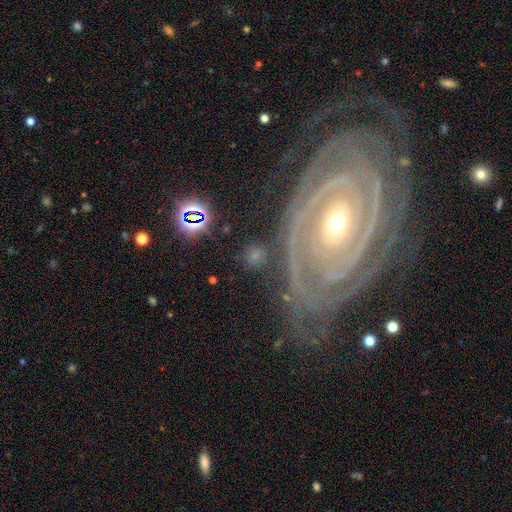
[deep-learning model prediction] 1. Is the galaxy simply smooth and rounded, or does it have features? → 51% smooth, 25% star or artifact, 24% featured or disk.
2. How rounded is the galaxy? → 81% round, 16% in between, 3% cigar-shaped.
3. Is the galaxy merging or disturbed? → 81% none, 10% minor disturbance, 5% major disturbance, 4% merger.